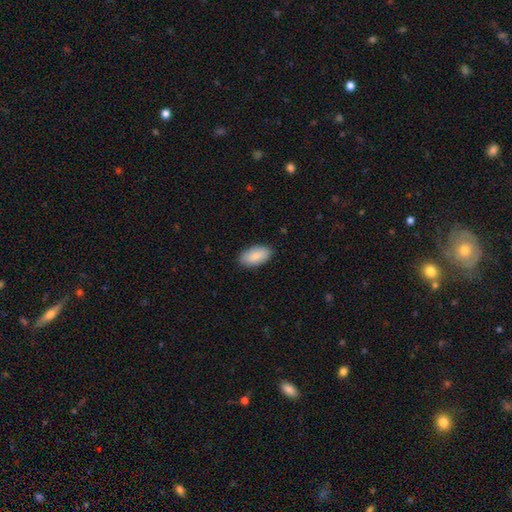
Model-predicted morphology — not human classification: Smooth or featured? Predicted: smooth (p=0.86). How rounded? Predicted: in between (p=0.94). Merging? Predicted: none (p=0.86).